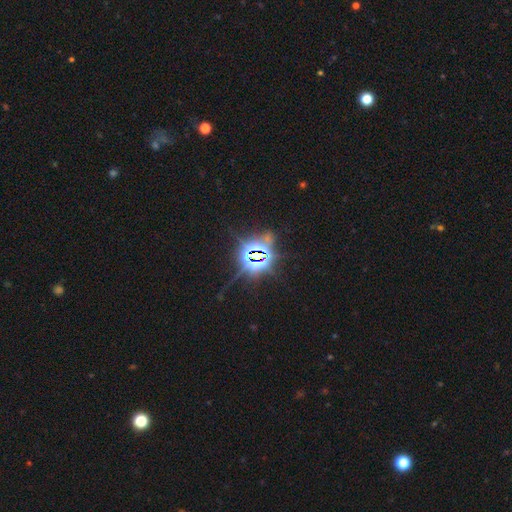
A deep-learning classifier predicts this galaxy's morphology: Smooth or featured?
  - star or artifact: 82% *
  - smooth: 9%
  - featured or disk: 8%